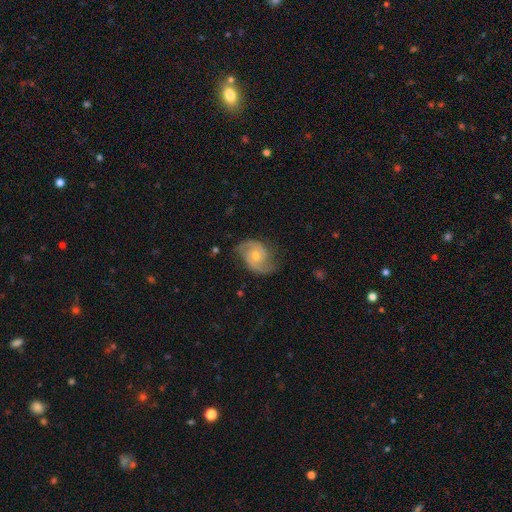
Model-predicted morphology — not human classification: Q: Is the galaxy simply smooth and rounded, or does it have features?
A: featured or disk — 88%.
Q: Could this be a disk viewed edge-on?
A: no — 98%.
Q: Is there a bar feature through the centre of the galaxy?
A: no — 68%.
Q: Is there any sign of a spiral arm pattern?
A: yes — 97%.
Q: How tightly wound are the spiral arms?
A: medium — 52%.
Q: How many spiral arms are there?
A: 2 — 91%.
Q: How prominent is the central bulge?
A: moderate — 55%.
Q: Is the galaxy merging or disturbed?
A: none — 77%.